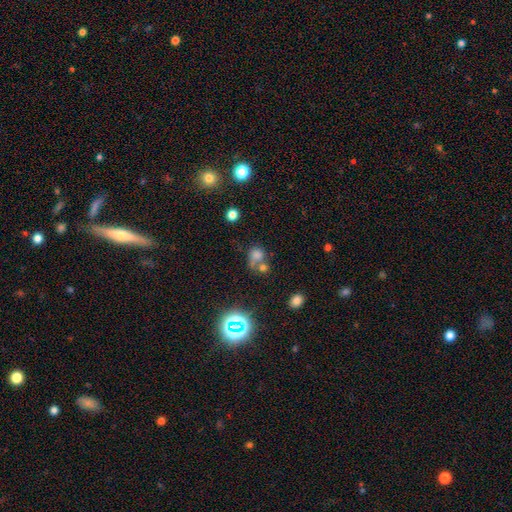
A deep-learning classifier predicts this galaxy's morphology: type=smooth (65%); roundness=round (68%); merging=merger (48%).